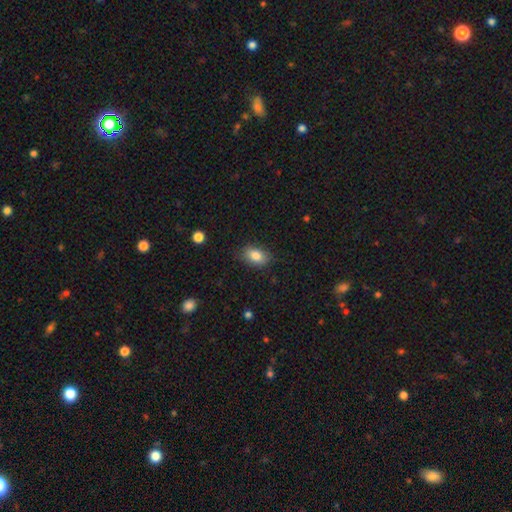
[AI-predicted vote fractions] This appears to be a smooth galaxy with no disk features (84%) that is in between round and cigar-shaped (86%). Merging: none (81%).